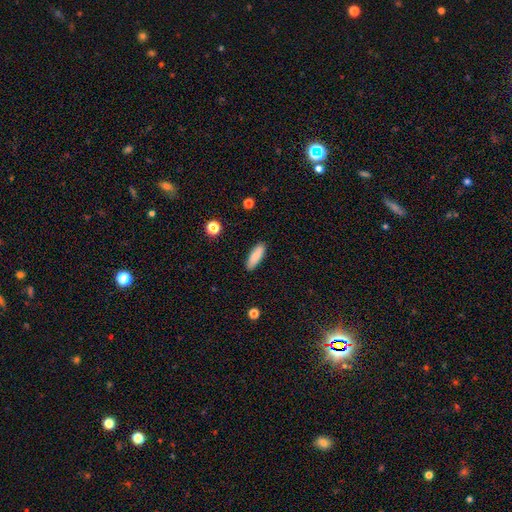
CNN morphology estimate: This appears to be a smooth galaxy with no disk features (86%) that is in between round and cigar-shaped (53%). Merging: none (89%).